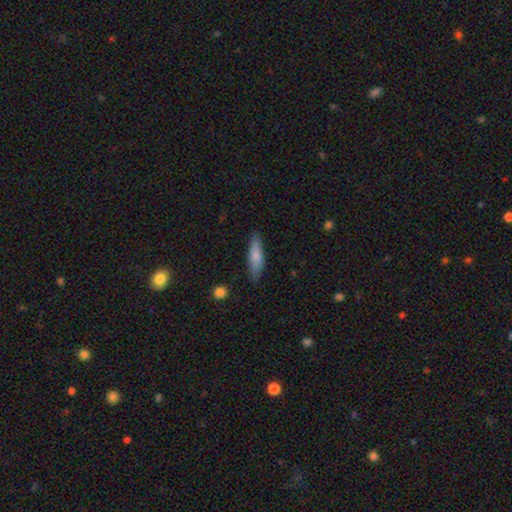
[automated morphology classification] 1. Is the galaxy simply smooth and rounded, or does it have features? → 76% smooth, 18% featured or disk, 6% star or artifact.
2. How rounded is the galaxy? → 65% cigar-shaped, 34% in between, 2% round.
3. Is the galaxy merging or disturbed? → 82% none, 14% minor disturbance, 2% major disturbance, 1% merger.